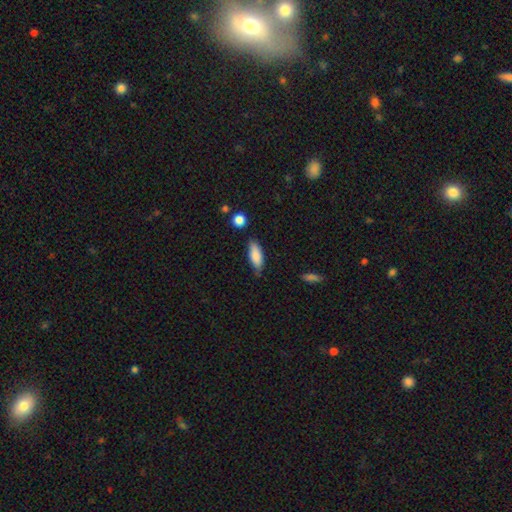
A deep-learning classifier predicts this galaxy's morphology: The model was most divided on "how rounded": in between: 70%, cigar-shaped: 28%, round: 2%. More confident: smooth or featured — smooth (83%); merging — none (72%).